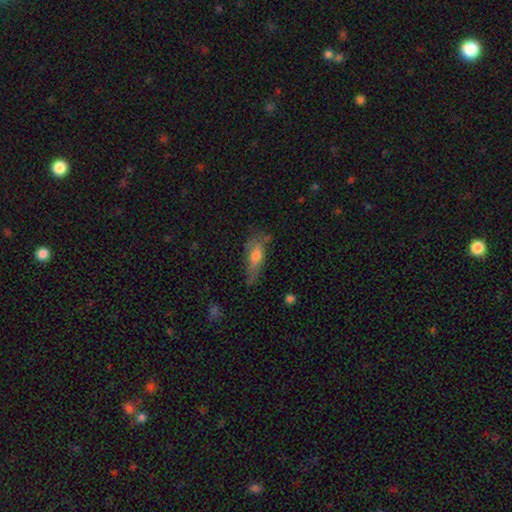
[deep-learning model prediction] Morphology: type=smooth (62%); roundness=in between (54%); merging=none (45%).